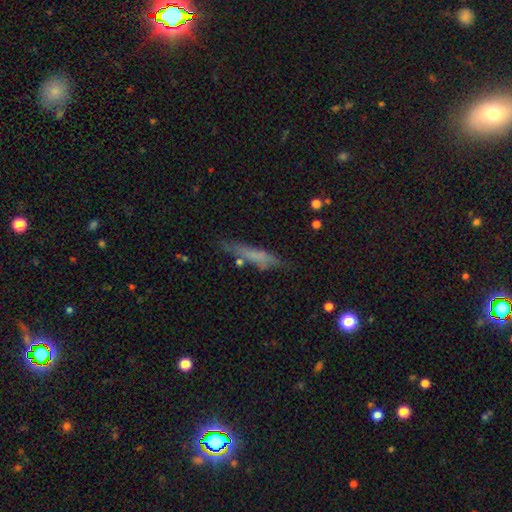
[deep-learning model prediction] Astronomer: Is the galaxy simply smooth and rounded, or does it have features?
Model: smooth — 59%.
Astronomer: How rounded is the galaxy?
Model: cigar-shaped — 85%.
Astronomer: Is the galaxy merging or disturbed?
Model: none — 64%.